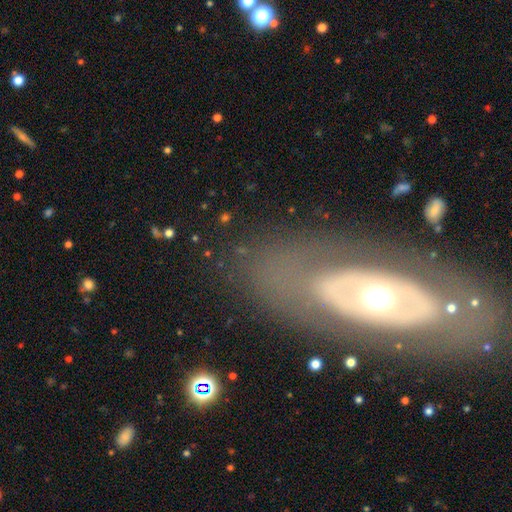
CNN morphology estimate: Smooth or featured: featured or disk — 65% (smooth — 25%)
Edge-on disk: no — 82% (yes — 18%)
Bar: no — 82% (weak — 11%)
Spiral arms: no — 80% (yes — 20%)
Bulge size: moderate — 62% (large — 21%)
Merging: none — 74% (minor disturbance — 12%)